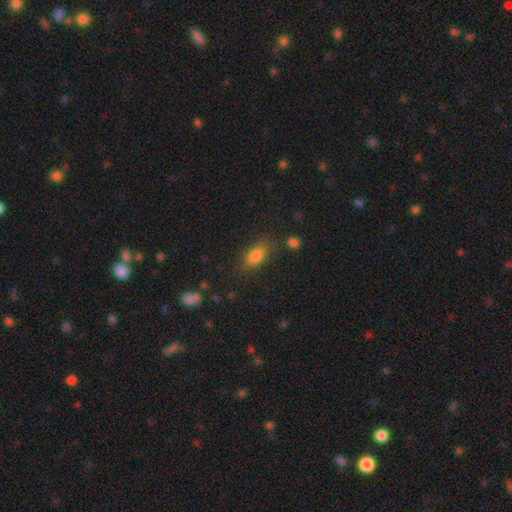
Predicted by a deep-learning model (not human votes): This is clearly a smooth galaxy (81%). How rounded: clearly in between (83%). Merging: likely none (74%).